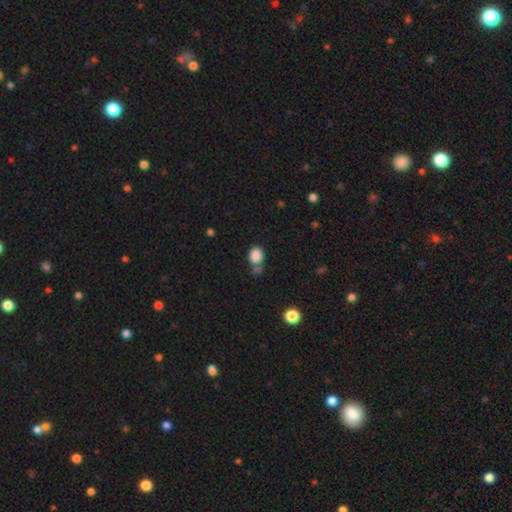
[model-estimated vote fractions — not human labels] Smooth or featured: smooth — 85% (star or artifact — 10%)
How rounded: in between — 61% (round — 38%)
Merging: none — 52% (merger — 25%)